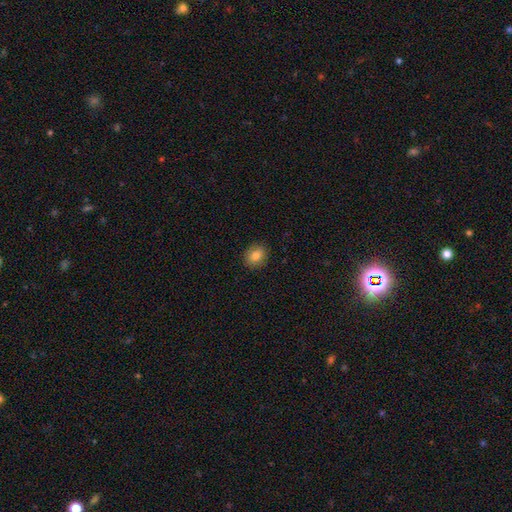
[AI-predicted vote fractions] smooth_or_featured: smooth (p=0.83) [alt: star or artifact p=0.09]
how_rounded: round (p=0.59) [alt: in between p=0.40]
merging: none (p=0.89) [alt: minor disturbance p=0.08]